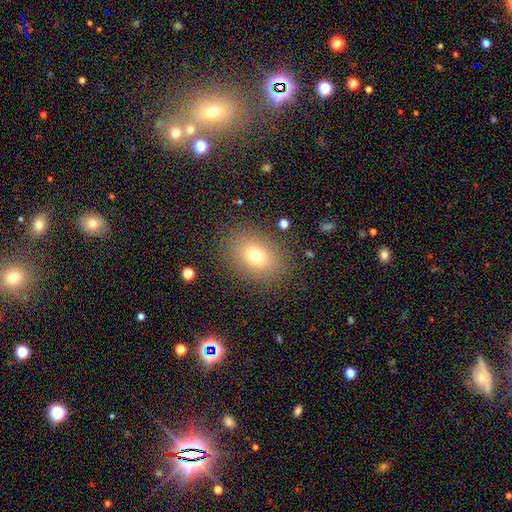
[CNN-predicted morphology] This is likely a smooth galaxy (72%). How rounded: likely in between (69%). Merging: clearly none (84%).